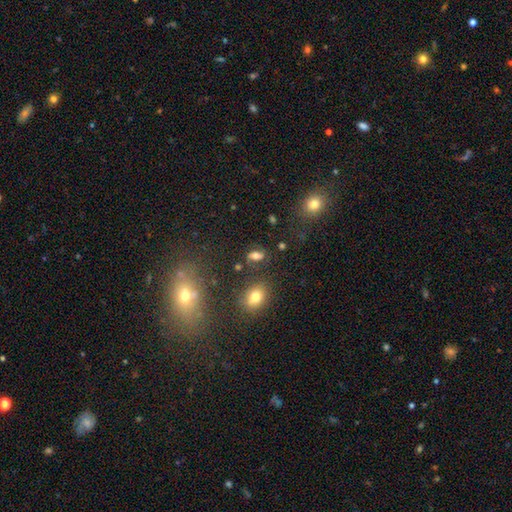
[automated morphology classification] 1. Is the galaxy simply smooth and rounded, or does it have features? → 56% smooth, 26% featured or disk, 18% star or artifact.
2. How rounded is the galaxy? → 77% in between, 17% round, 5% cigar-shaped.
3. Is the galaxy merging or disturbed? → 68% none, 16% minor disturbance, 8% major disturbance, 7% merger.